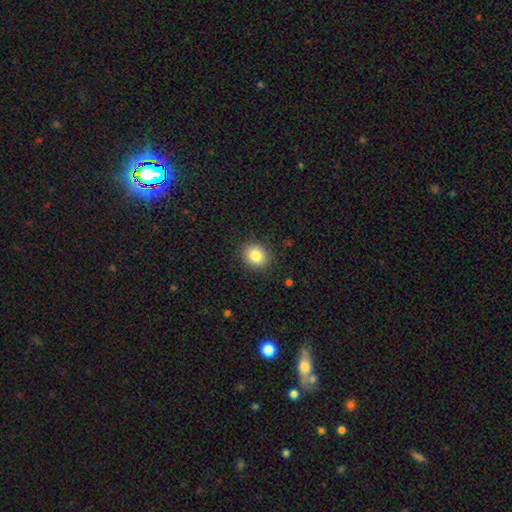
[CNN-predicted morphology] This appears to be a smooth galaxy with no disk features (84%) that is round (71%). Merging: none (89%).